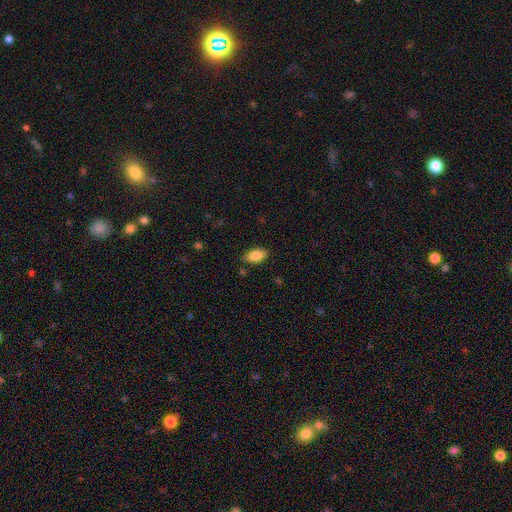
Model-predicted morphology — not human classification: Smooth or featured? smooth (84%)
How rounded? in between (92%)
Merging? none (83%)